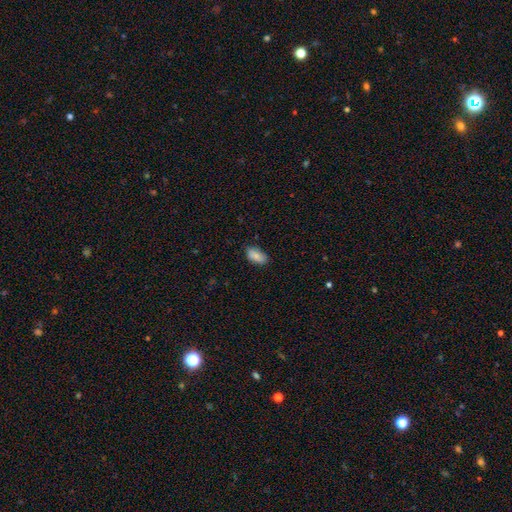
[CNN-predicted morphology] This appears to be a smooth galaxy with no disk features (86%) that is in between round and cigar-shaped (92%). Merging: none (81%).